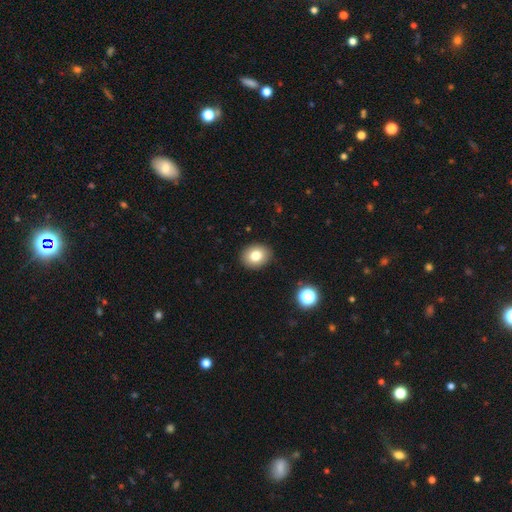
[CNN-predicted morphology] Q: Smooth or featured?
A: smooth (79%); runner-up: star or artifact (11%)
Q: How rounded?
A: round (56%); runner-up: in between (43%)
Q: Merging?
A: none (89%); runner-up: minor disturbance (7%)